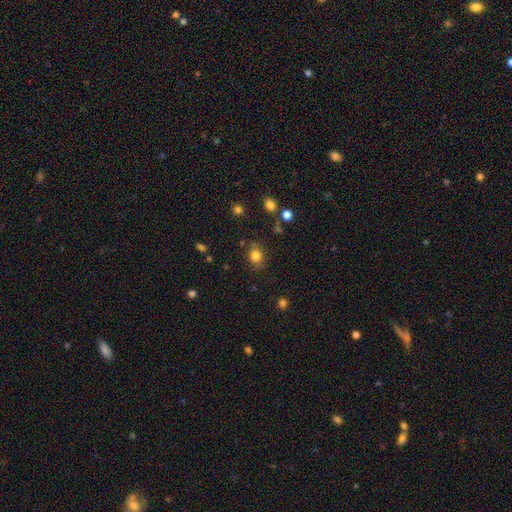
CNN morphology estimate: type=smooth (82%); roundness=round (63%); merging=none (80%).